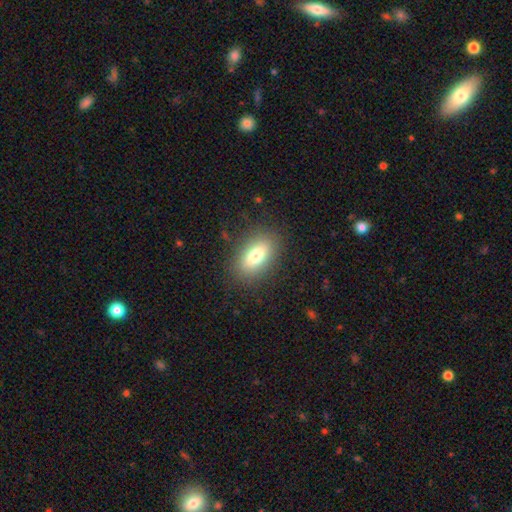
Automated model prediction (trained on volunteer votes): Smooth or featured? Predicted: smooth (p=0.76). How rounded? Predicted: in between (p=0.87). Merging? Predicted: none (p=0.86).